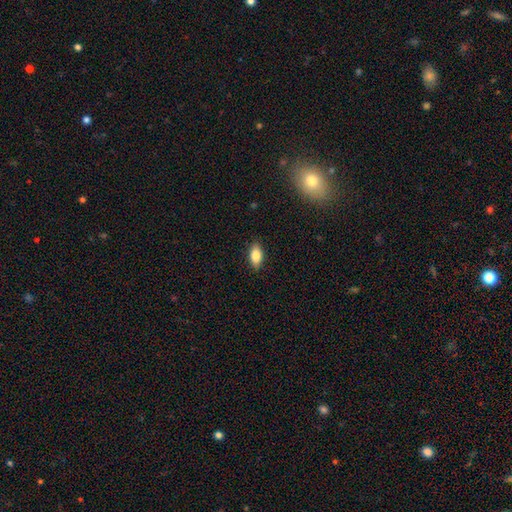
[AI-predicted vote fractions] Smooth or featured? smooth (81%)
How rounded? in between (88%)
Merging? none (87%)